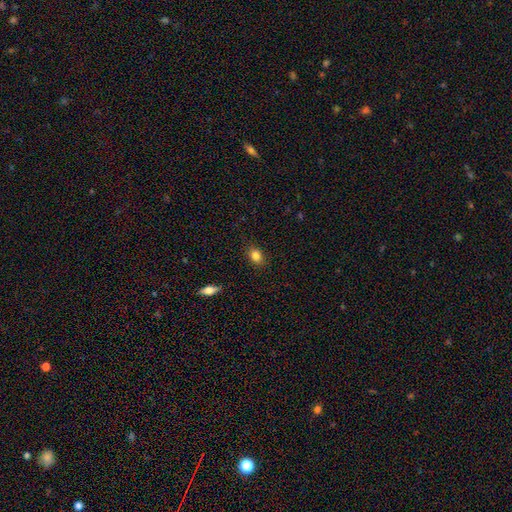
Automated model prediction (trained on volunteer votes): Morphology: type=smooth (84%); roundness=in between (64%); merging=none (86%).